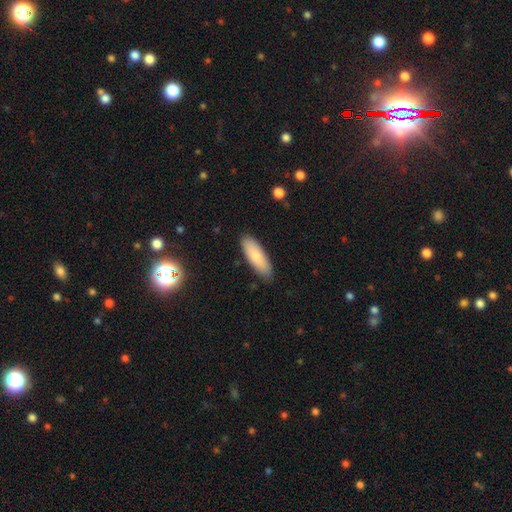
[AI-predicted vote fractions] Smooth or featured: smooth — 79% (featured or disk — 15%)
How rounded: in between — 62% (cigar-shaped — 37%)
Merging: none — 87% (minor disturbance — 10%)